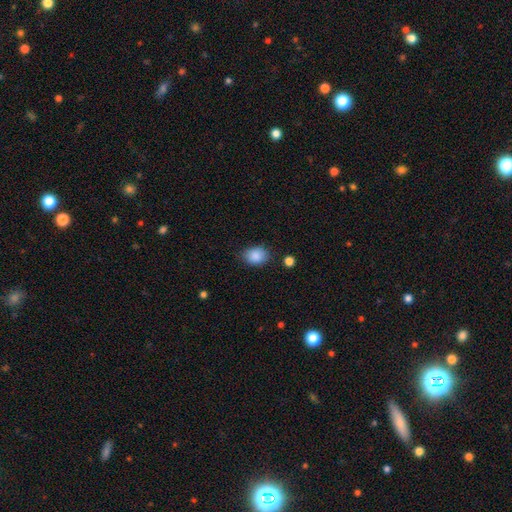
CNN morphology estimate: This is clearly a smooth galaxy (88%). How rounded: likely in between (63%). Merging: likely none (79%).